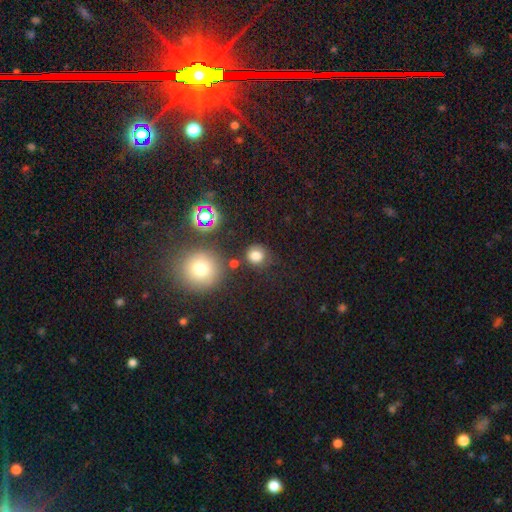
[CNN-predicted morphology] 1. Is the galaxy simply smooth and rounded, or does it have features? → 75% smooth, 18% star or artifact, 7% featured or disk.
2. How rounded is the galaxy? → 85% round, 13% in between, 1% cigar-shaped.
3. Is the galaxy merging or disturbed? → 75% none, 13% minor disturbance, 7% merger, 5% major disturbance.